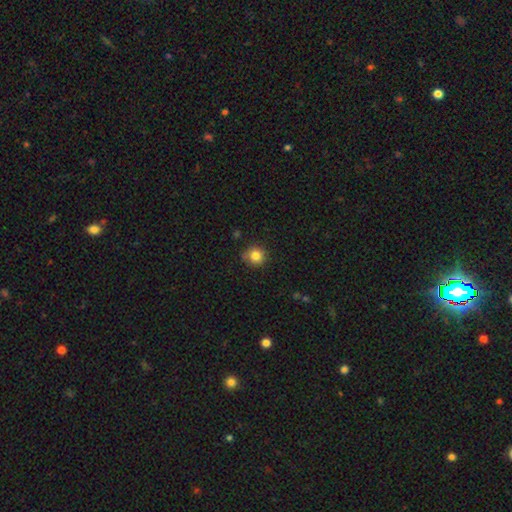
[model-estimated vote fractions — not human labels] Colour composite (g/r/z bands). It shows a smooth galaxy with no disk features (83%) that is round (92%). Merging: none (82%).